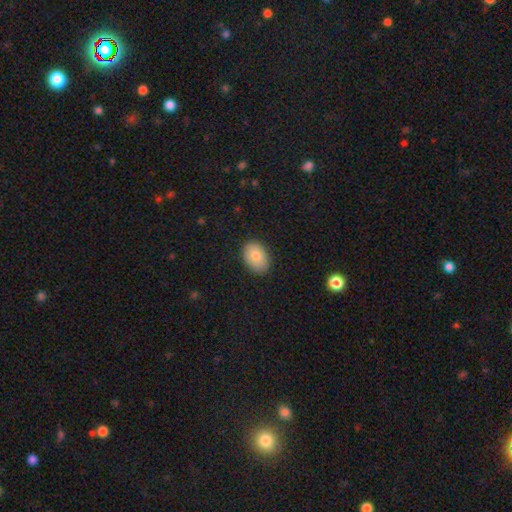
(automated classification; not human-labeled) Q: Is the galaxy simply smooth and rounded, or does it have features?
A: smooth — 82%.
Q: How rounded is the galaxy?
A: in between — 79%.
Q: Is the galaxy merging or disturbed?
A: none — 87%.